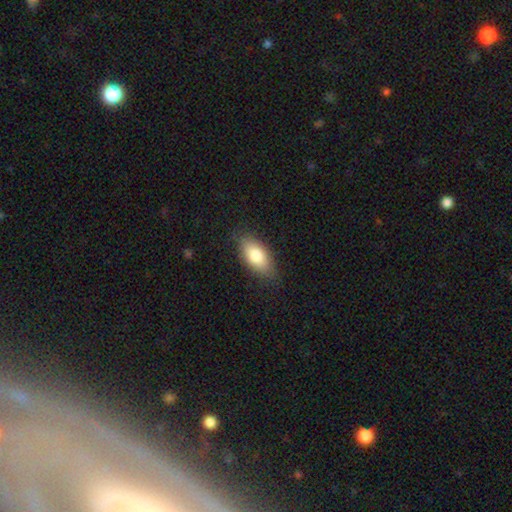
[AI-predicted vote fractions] A smooth galaxy with no disk features (79%) that is in between round and cigar-shaped (90%). Merging: none (81%).